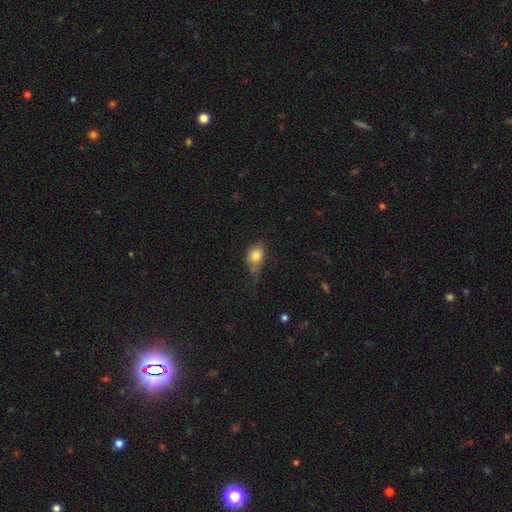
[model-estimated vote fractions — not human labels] A smooth galaxy with no disk features (79%) that is in between round and cigar-shaped (63%).

Vote fractions:
- Smooth or featured? smooth: 79% / featured or disk: 12% / star or artifact: 9%
- How rounded? in between: 63% / round: 34% / cigar-shaped: 3%
- Merging? none: 40% / minor disturbance: 37% / major disturbance: 19% / merger: 4%